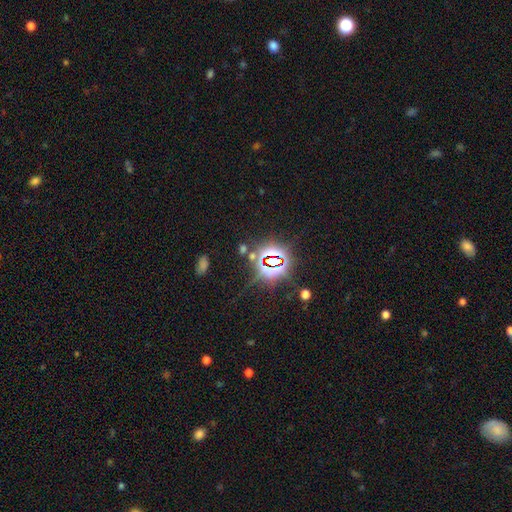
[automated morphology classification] The model was most divided on "smooth or featured": star or artifact: 81%, smooth: 11%, featured or disk: 8%.